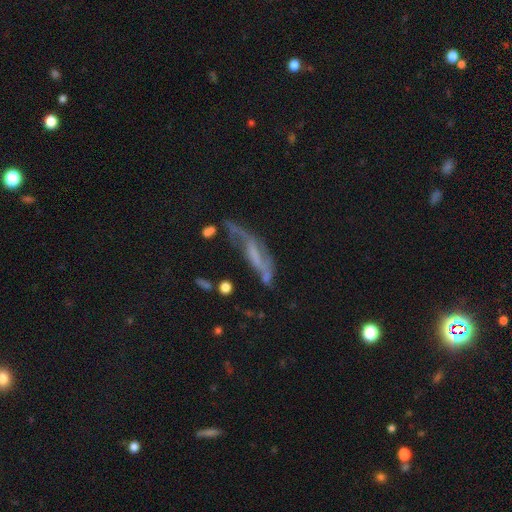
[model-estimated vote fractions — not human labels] Smooth or featured?
  - featured or disk: 66% *
  - smooth: 22%
  - star or artifact: 12%
Edge-on disk?
  - no: 75% *
  - yes: 25%
Merging?
  - none: 37% *
  - major disturbance: 29%
  - minor disturbance: 23%
  - merger: 11%